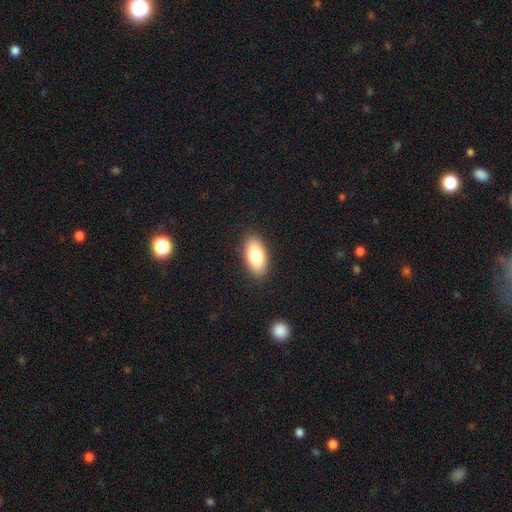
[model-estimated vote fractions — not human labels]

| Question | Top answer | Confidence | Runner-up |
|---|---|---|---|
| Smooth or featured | smooth | 80% | featured or disk (13%) |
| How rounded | in between | 91% | cigar-shaped (5%) |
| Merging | none | 89% | minor disturbance (8%) |